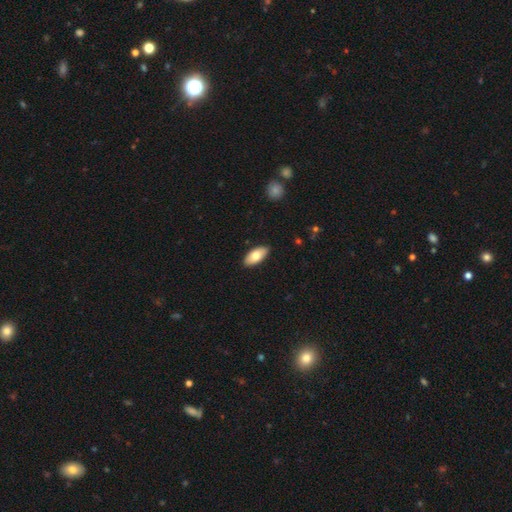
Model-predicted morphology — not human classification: Smooth or featured? Predicted: smooth (p=0.76). How rounded? Predicted: in between (p=0.91). Merging? Predicted: none (p=0.88).